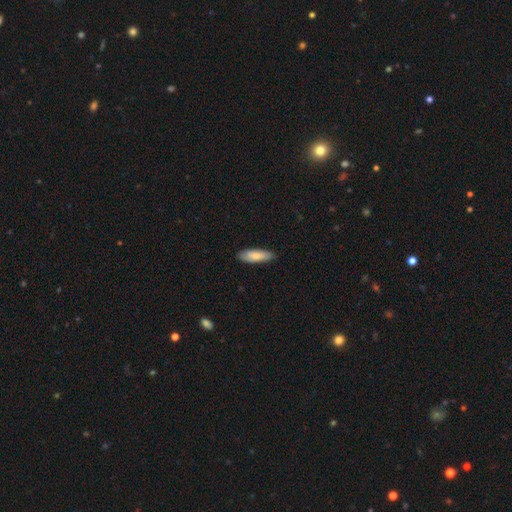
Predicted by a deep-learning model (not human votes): This appears to be a smooth galaxy with no disk features (78%) that is in between round and cigar-shaped (55%). Merging: none (86%).